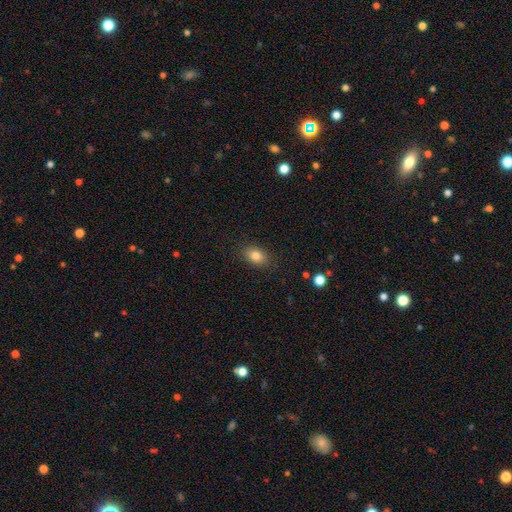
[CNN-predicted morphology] Smooth or featured? smooth (83%)
How rounded? in between (77%)
Merging? none (87%)